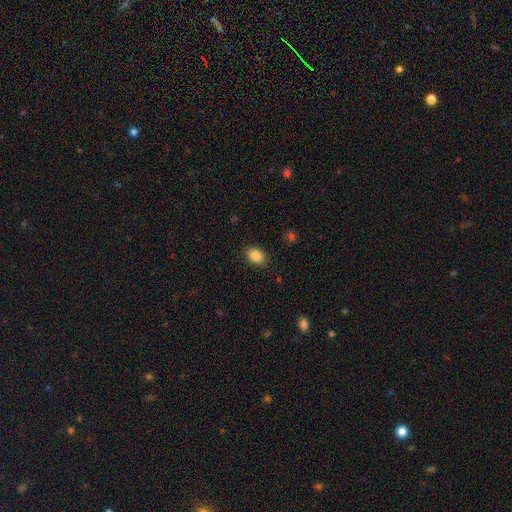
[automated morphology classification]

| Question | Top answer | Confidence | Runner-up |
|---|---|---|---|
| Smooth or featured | smooth | 86% | star or artifact (9%) |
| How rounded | in between | 68% | round (31%) |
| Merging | none | 88% | minor disturbance (9%) |